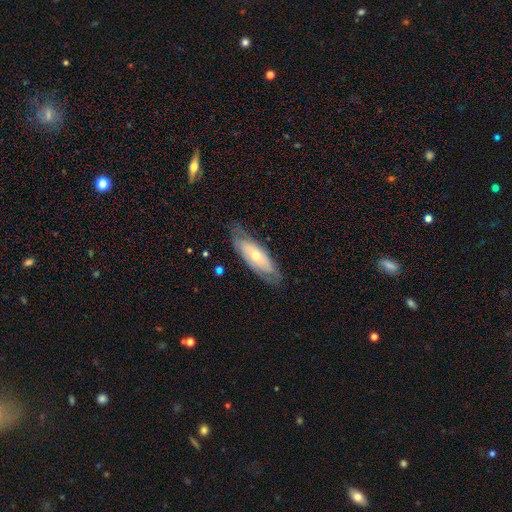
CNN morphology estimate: This appears to be a featured or disk galaxy (58%). Merging: none (74%).